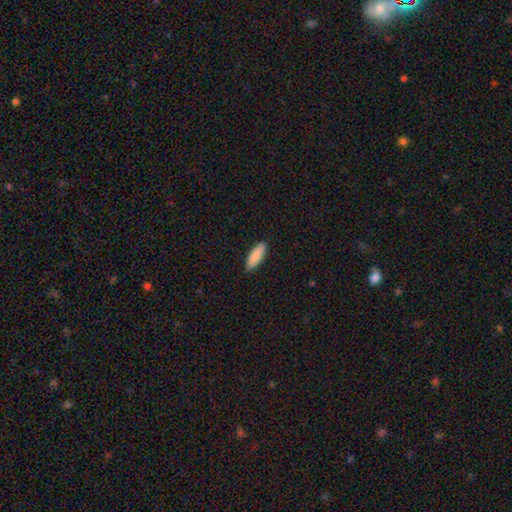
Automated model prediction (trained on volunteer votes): smooth 86%, featured or disk 9%, star or artifact 5%. Down the decision tree: how rounded — in between (58%); merging — none (89%).